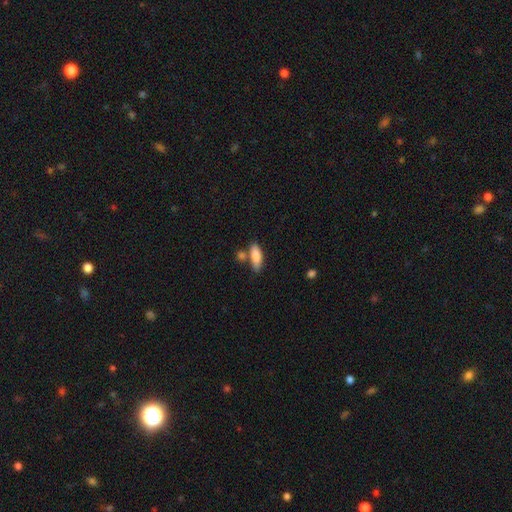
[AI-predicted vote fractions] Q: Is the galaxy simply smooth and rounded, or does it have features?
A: smooth — 83%.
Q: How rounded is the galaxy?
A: in between — 66%.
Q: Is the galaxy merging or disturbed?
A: none — 59%.